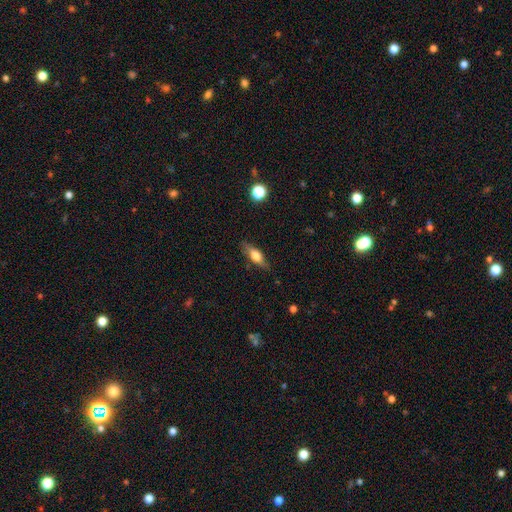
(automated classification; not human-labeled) The model was most divided on "how rounded": in between: 60%, cigar-shaped: 36%, round: 5%. More confident: merging — none (80%); smooth or featured — smooth (61%).